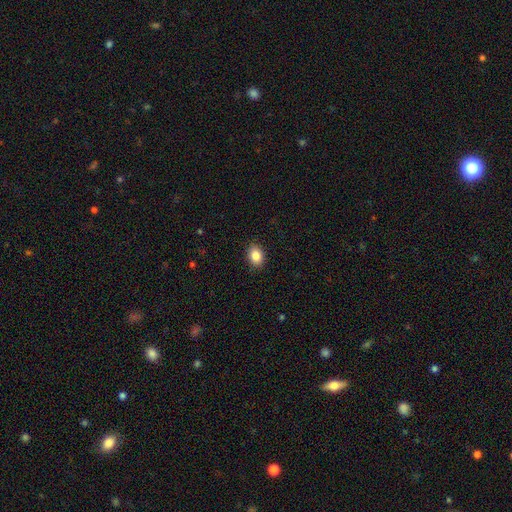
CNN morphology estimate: A smooth galaxy with no disk features (86%) that is in between round and cigar-shaped (69%).

Vote fractions:
- Smooth or featured? smooth: 86% / star or artifact: 9% / featured or disk: 5%
- How rounded? in between: 69% / round: 30% / cigar-shaped: 1%
- Merging? none: 89% / minor disturbance: 8% / major disturbance: 2% / merger: 1%